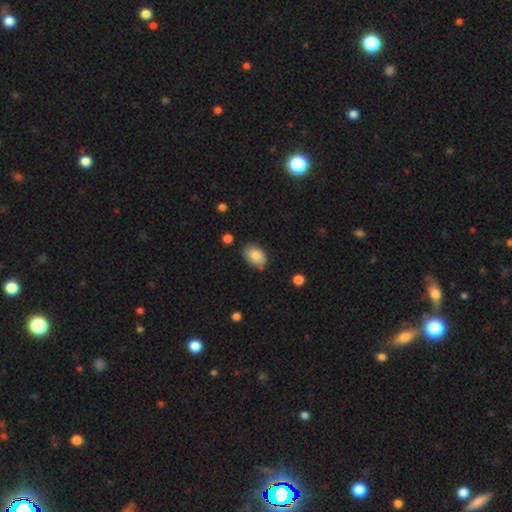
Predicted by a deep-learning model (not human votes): smooth-or-featured: smooth: 84% | featured or disk: 8% | star or artifact: 7%
  how-rounded: in between: 87% | round: 12% | cigar-shaped: 1%
  merging: none: 74% | minor disturbance: 18% | merger: 4% | major disturbance: 3%